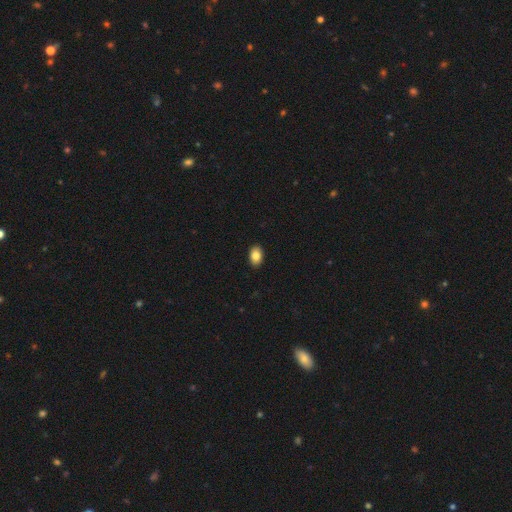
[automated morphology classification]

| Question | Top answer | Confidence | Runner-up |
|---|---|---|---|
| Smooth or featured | smooth | 85% | star or artifact (8%) |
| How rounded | in between | 87% | round (12%) |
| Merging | none | 91% | minor disturbance (7%) |